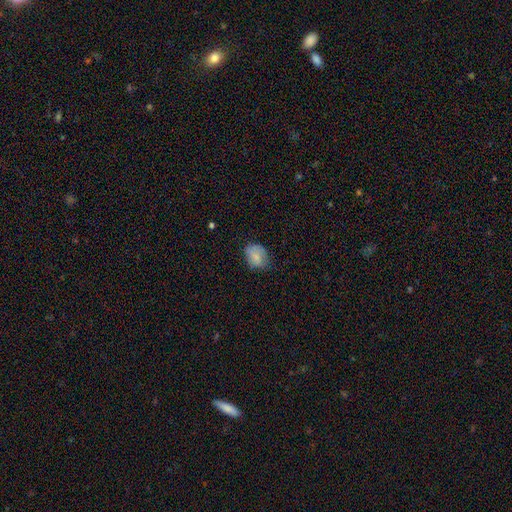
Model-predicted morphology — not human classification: smooth 79%, featured or disk 13%, star or artifact 8%. Down the decision tree: how rounded — in between (66%); merging — none (59%).